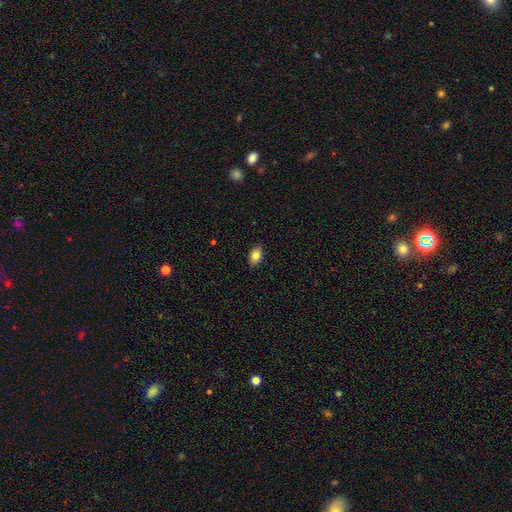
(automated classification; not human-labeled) smooth_or_featured: smooth (p=0.84) [alt: featured or disk p=0.08]
how_rounded: in between (p=0.89) [alt: round p=0.09]
merging: none (p=0.89) [alt: minor disturbance p=0.08]